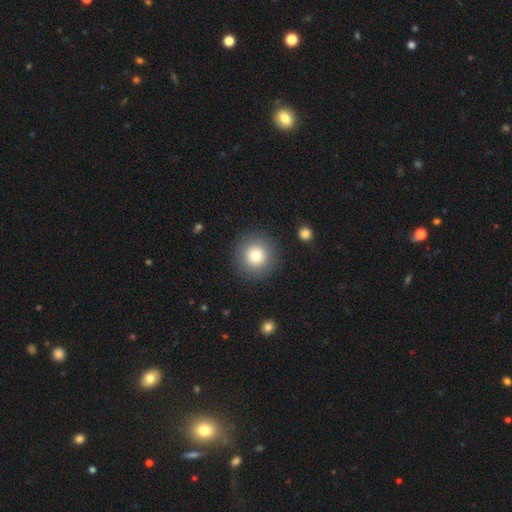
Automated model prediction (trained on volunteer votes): Morphology: type=smooth (78%); roundness=round (95%); merging=none (89%).